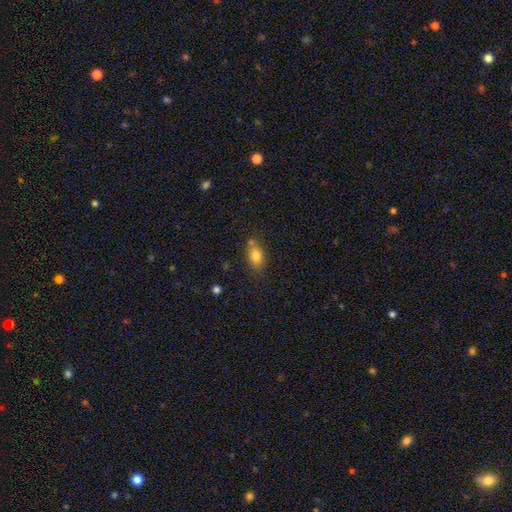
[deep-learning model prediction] Smooth or featured? smooth (80%)
How rounded? in between (76%)
Merging? none (65%)